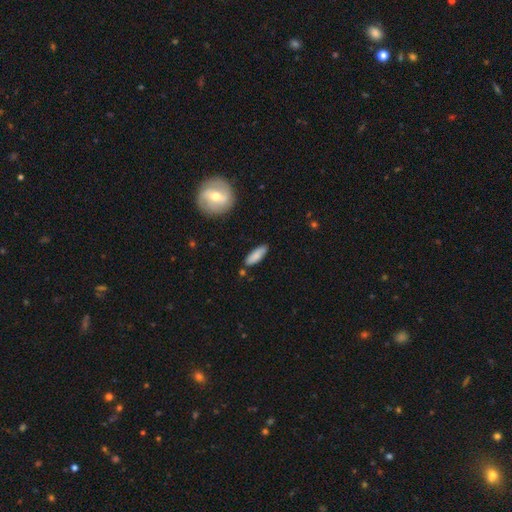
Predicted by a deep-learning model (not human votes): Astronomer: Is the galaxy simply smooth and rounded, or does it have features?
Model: smooth — 82%.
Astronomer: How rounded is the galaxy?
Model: in between — 62%.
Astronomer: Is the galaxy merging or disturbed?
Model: none — 80%.